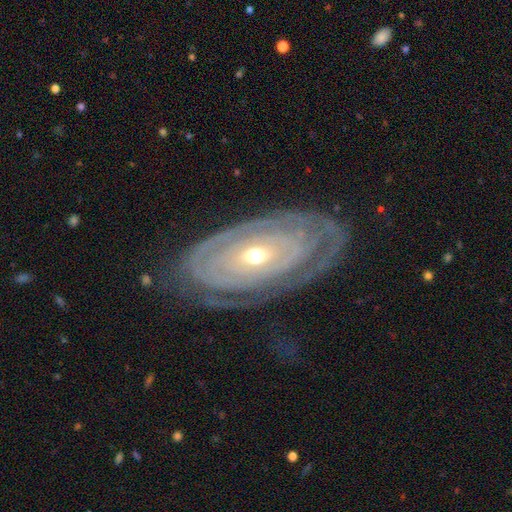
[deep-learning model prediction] A featured or disk galaxy (85%) with no bar (72%), tight (75%) spiral arms (84%) and a moderate central bulge (53%).

Vote fractions:
- Smooth or featured? featured or disk: 85% / smooth: 10% / star or artifact: 5%
- Edge-on disk? no: 92% / yes: 8%
- Bar? no: 72% / weak: 19% / strong: 9%
- Spiral arms? yes: 84% / no: 16%
- Spiral winding? tight: 75% / medium: 17% / loose: 8%
- Spiral arm count? can't tell: 40% / 2: 30% / 3: 10% / 1: 8% / 4: 7% / more than 4: 6%
- Bulge size? moderate: 53% / small: 42% / large: 3% / dominant: 1% / none: 1%
- Merging? none: 70% / minor disturbance: 17% / major disturbance: 11% / merger: 2%